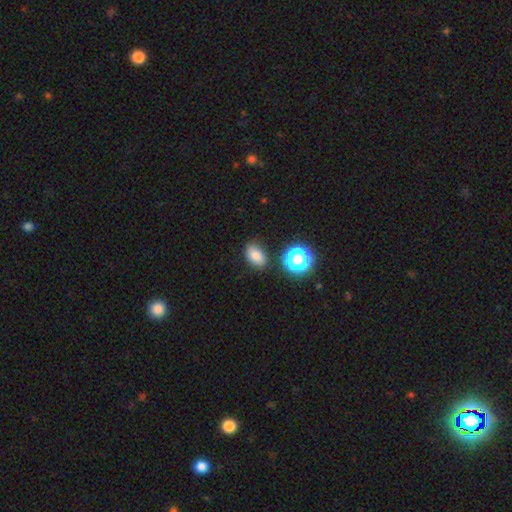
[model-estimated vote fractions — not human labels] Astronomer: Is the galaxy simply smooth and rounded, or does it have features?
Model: smooth — 76%.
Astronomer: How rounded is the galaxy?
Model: in between — 79%.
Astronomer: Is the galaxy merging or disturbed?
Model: none — 78%.